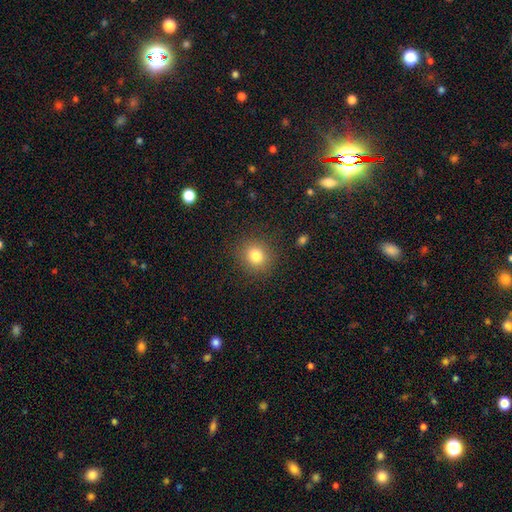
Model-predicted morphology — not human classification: Smooth or featured? Predicted: smooth (p=0.81). How rounded? Predicted: round (p=0.83). Merging? Predicted: none (p=0.88).